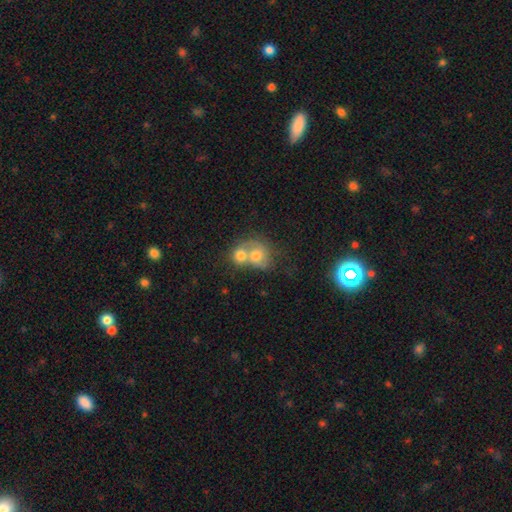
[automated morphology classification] smooth-or-featured: smooth: 62% | featured or disk: 29% | star or artifact: 9%
  how-rounded: round: 67% | in between: 32% | cigar-shaped: 1%
  merging: merger: 74% | none: 15% | minor disturbance: 6% | major disturbance: 5%